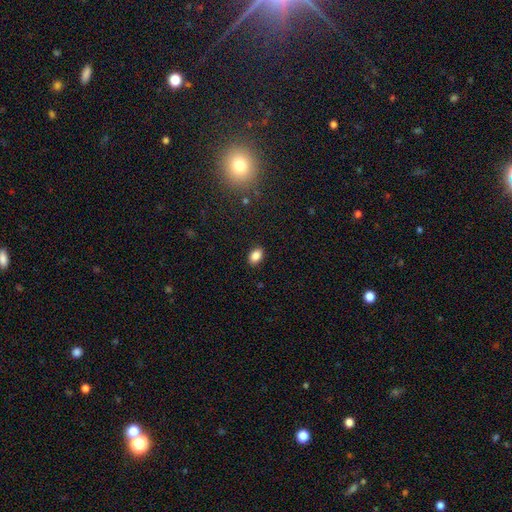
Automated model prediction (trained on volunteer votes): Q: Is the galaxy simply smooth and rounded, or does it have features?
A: smooth — 86%.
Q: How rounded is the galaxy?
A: in between — 87%.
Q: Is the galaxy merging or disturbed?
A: none — 88%.